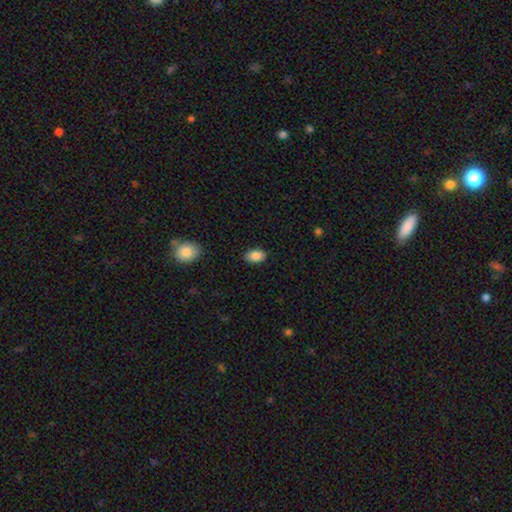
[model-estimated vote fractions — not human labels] Smooth or featured? Predicted: smooth (p=0.88). How rounded? Predicted: in between (p=0.91). Merging? Predicted: none (p=0.86).